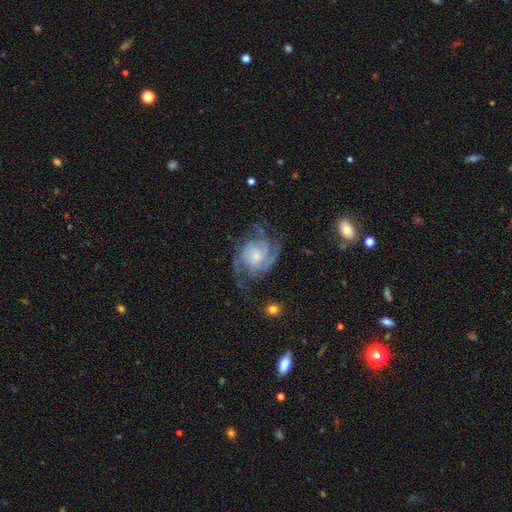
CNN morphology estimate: The model was most divided on "spiral arm count": 2: 34%, 3: 32%, can't tell: 15%, 4: 9%, 1: 6%, more than 4: 6%. Remaining: edge-on disk — no (98%); spiral arms — yes (97%); smooth or featured — featured or disk (87%); bar — no (70%); merging — none (61%); bulge size — small (58%); spiral winding — medium (48%).